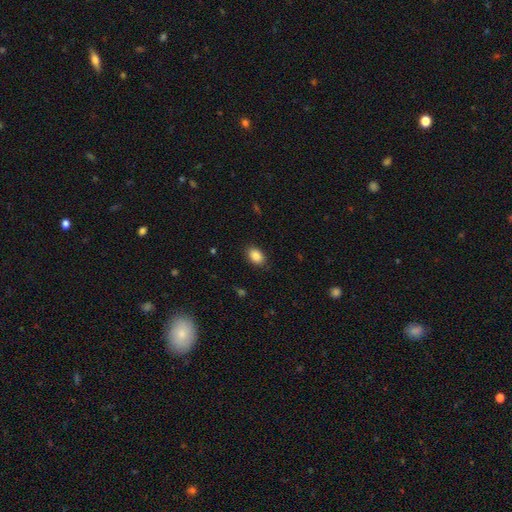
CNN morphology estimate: Smooth or featured? smooth (88%)
How rounded? in between (84%)
Merging? none (85%)